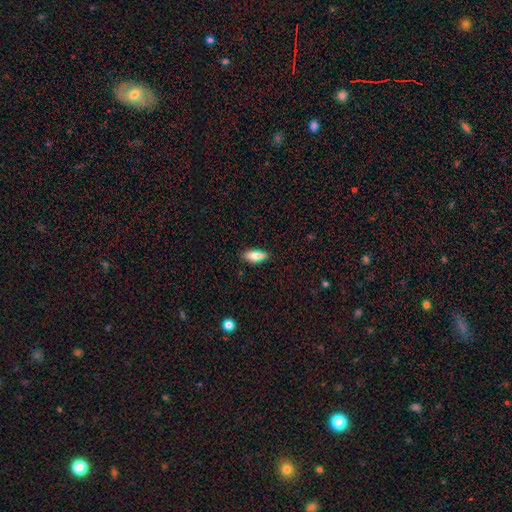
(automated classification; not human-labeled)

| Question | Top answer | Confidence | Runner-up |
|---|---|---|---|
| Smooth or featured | smooth | 86% | star or artifact (7%) |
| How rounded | in between | 79% | cigar-shaped (19%) |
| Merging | none | 81% | minor disturbance (15%) |